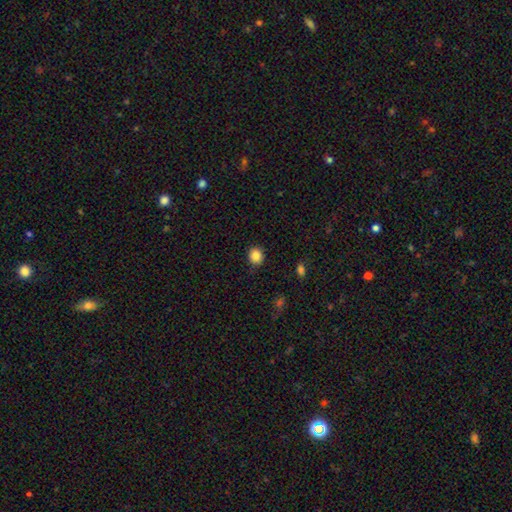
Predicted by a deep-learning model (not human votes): Morphology: type=smooth (85%); roundness=round (80%); merging=none (88%).